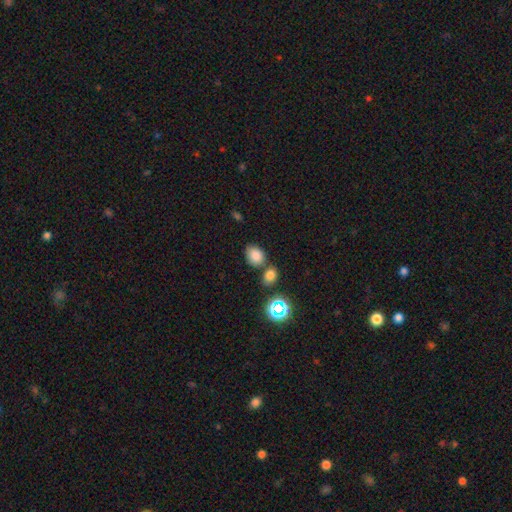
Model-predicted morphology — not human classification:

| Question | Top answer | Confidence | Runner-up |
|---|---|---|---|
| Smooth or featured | smooth | 80% | star or artifact (13%) |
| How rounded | in between | 61% | round (38%) |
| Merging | none | 62% | merger (21%) |